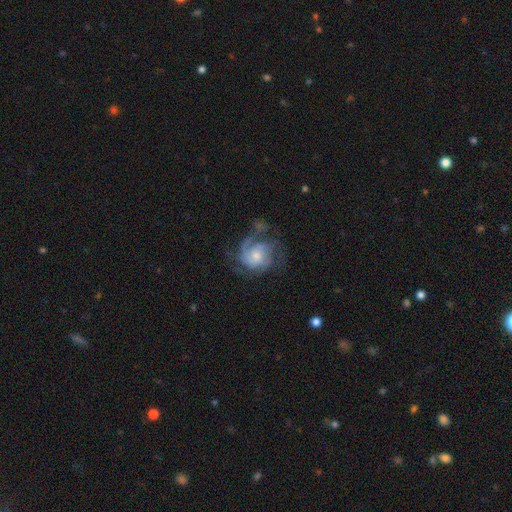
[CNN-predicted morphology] A featured or disk galaxy (81%) with no bar (72%), 3 (35%) tight (46%) spiral arms (94%) and a small central bulge (45%). Merging: none (54%).